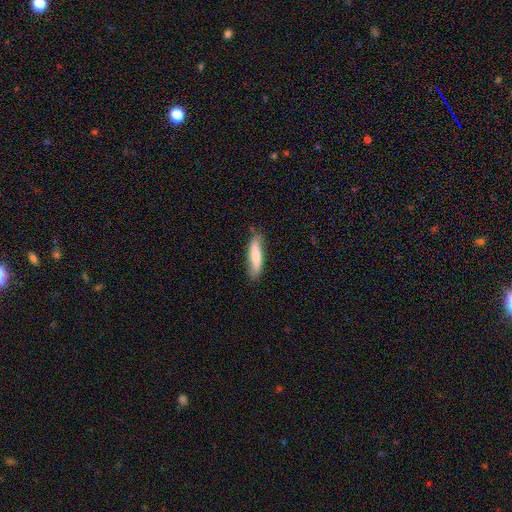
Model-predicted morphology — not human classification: This appears to be a smooth galaxy with no disk features (69%) that is cigar-shaped (73%). Merging: none (74%).